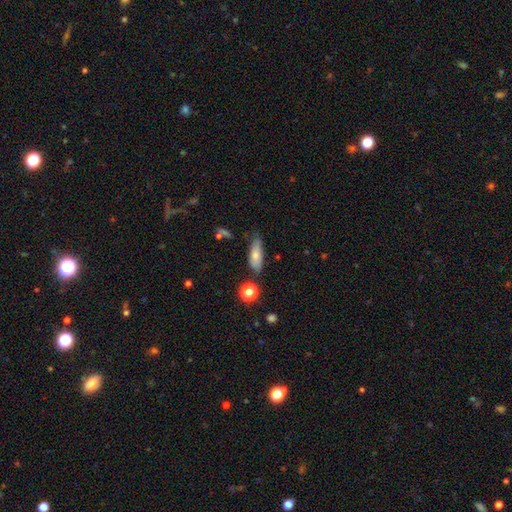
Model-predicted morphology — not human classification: The model was most divided on "how rounded": in between: 69%, cigar-shaped: 28%, round: 3%. More confident: smooth or featured — smooth (71%); merging — none (69%).